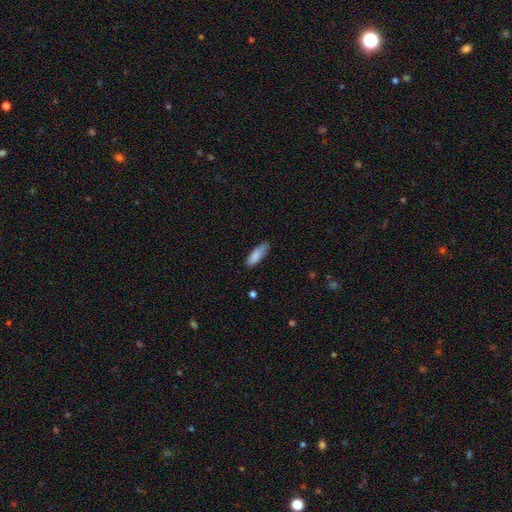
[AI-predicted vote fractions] Smooth or featured?
  - smooth: 86% *
  - featured or disk: 8%
  - star or artifact: 6%
How rounded?
  - in between: 54% *
  - cigar-shaped: 44%
  - round: 2%
Merging?
  - none: 76% *
  - minor disturbance: 19%
  - major disturbance: 3%
  - merger: 1%